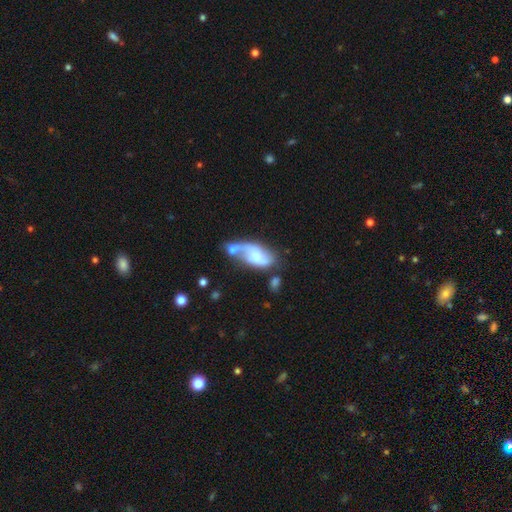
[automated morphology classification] Smooth or featured? featured or disk (58%)
Edge-on disk? no (94%)
Bar? no (60%)
Spiral arms? yes (79%)
Bulge size? small (29%)
Merging? merger (35%)